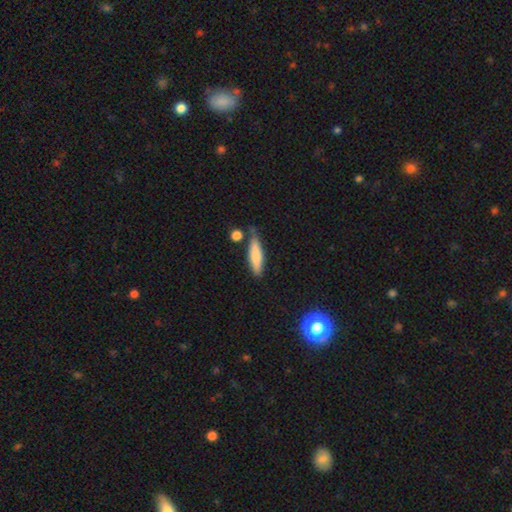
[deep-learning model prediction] smooth_or_featured: smooth (p=0.78) [alt: featured or disk p=0.16]
how_rounded: cigar-shaped (p=0.71) [alt: in between p=0.27]
merging: none (p=0.69) [alt: minor disturbance p=0.18]